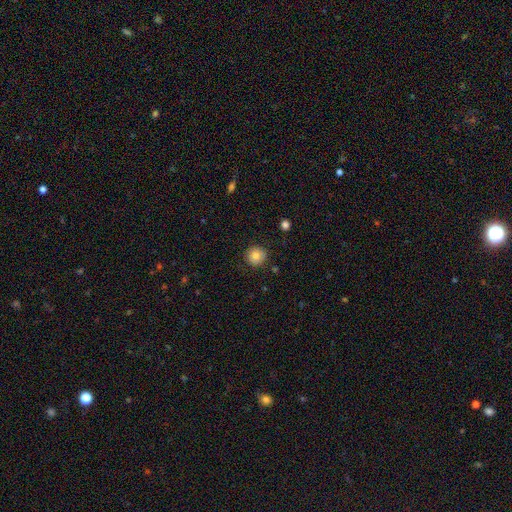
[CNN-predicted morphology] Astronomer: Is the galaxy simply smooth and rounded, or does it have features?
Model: smooth — 83%.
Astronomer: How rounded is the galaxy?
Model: round — 94%.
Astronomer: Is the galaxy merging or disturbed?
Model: none — 89%.